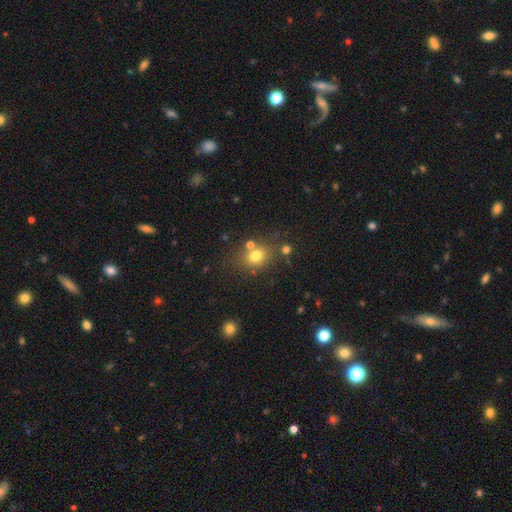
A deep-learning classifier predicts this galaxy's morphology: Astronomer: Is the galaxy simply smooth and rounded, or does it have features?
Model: smooth — 73%.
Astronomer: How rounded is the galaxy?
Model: round — 52% (runner-up: in between, 46%).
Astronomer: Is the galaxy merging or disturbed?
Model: none — 68%.